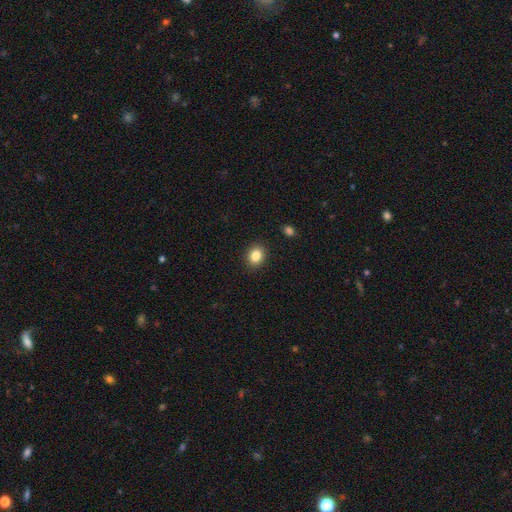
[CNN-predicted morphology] A smooth galaxy with no disk features (85%) that is round (54%).

Vote fractions:
- Smooth or featured? smooth: 85% / star or artifact: 10% / featured or disk: 5%
- How rounded? round: 54% / in between: 45% / cigar-shaped: 1%
- Merging? none: 90% / minor disturbance: 7% / major disturbance: 2% / merger: 1%